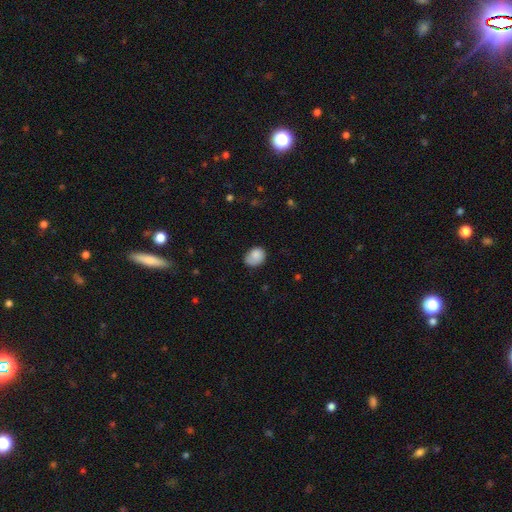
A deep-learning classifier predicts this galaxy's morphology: Smooth or featured?
  - smooth: 85% *
  - star or artifact: 8%
  - featured or disk: 8%
How rounded?
  - in between: 57% *
  - round: 42%
  - cigar-shaped: 1%
Merging?
  - none: 58% *
  - minor disturbance: 31%
  - major disturbance: 9%
  - merger: 2%